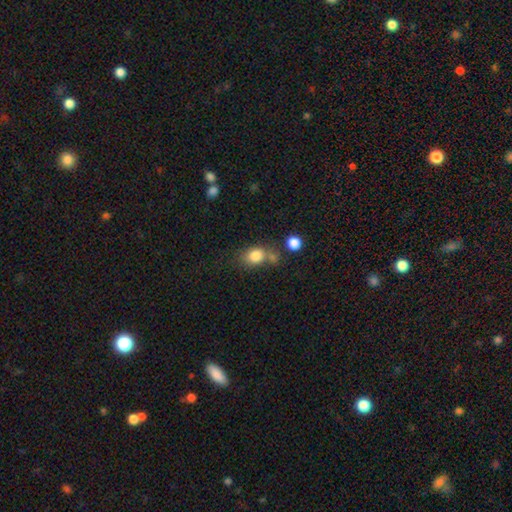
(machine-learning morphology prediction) type=smooth (82%); roundness=in between (53%); merging=none (50%).